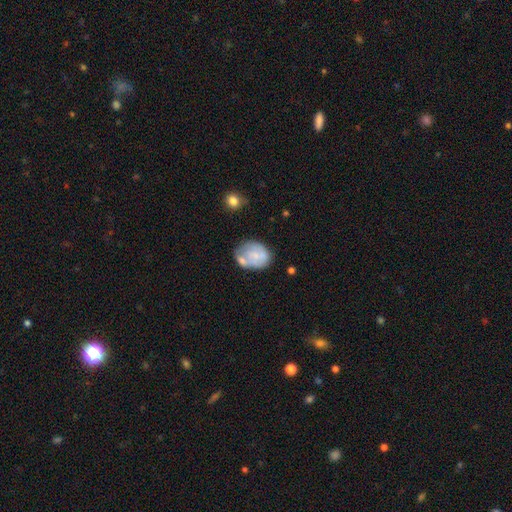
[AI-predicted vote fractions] Morphology: type=smooth (58%); roundness=in between (61%); merging=none (41%).